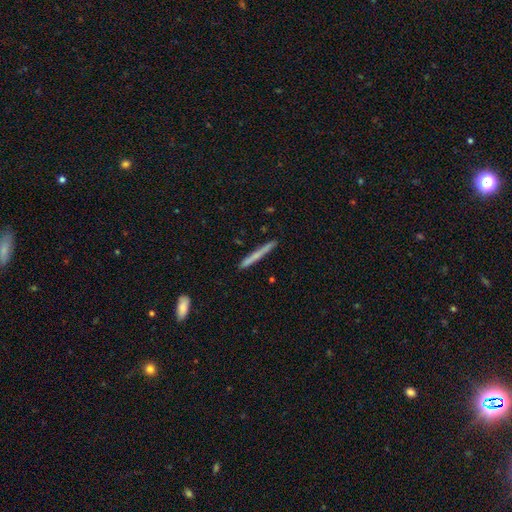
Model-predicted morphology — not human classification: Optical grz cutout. It shows a smooth galaxy with no disk features (51%) that is cigar-shaped (96%). Merging: none (89%).